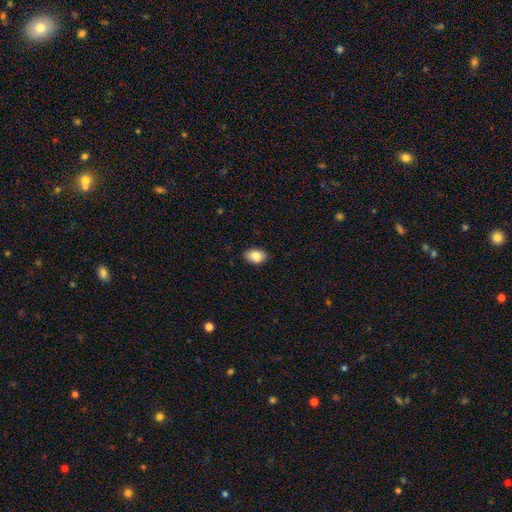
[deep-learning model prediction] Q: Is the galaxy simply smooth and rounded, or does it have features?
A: smooth — 86%.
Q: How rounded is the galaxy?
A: in between — 87%.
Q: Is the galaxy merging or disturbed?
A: none — 86%.